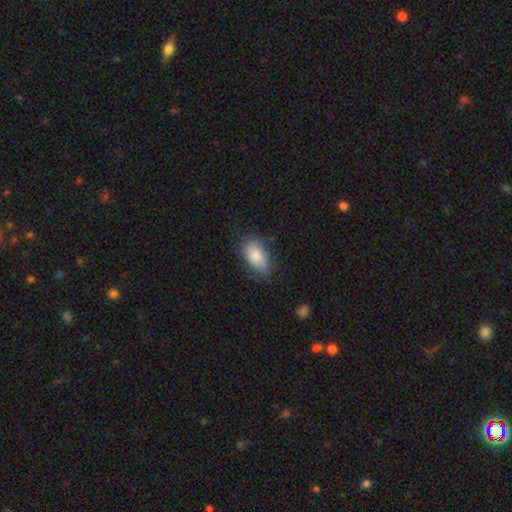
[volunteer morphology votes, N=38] Overall: smooth (84%). How rounded: in between (91%). Merging: none (58%; minor disturbance 36%).